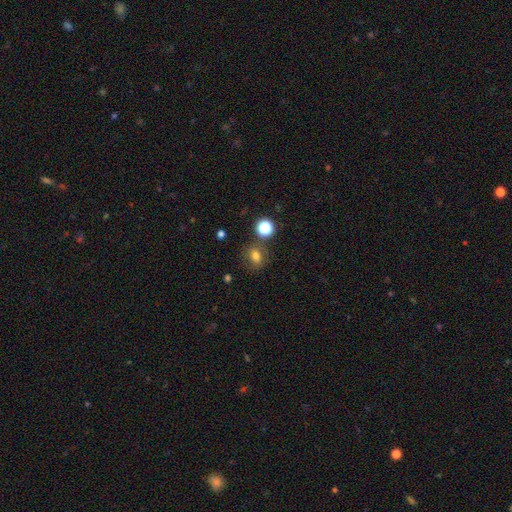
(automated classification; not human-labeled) Smooth or featured?
  - smooth: 73% *
  - star or artifact: 17%
  - featured or disk: 10%
How rounded?
  - round: 58% *
  - in between: 40%
  - cigar-shaped: 1%
Merging?
  - none: 77% *
  - minor disturbance: 12%
  - merger: 7%
  - major disturbance: 4%